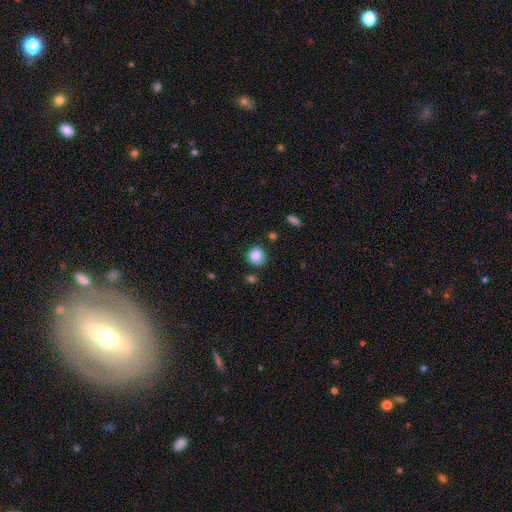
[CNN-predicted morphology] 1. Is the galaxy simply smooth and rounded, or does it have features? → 86% smooth, 9% star or artifact, 5% featured or disk.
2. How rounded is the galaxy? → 85% round, 14% in between, 1% cigar-shaped.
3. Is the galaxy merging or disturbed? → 82% none, 11% minor disturbance, 4% merger, 3% major disturbance.